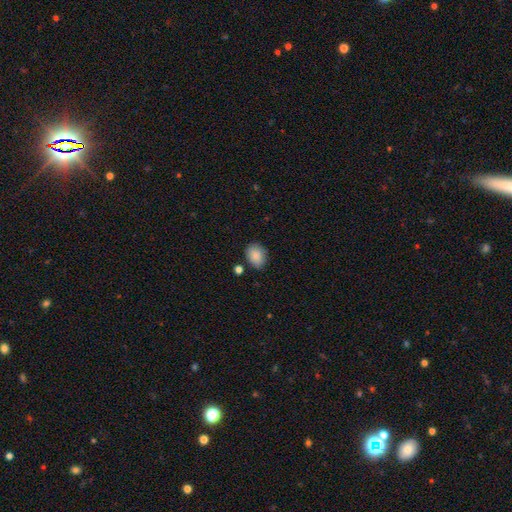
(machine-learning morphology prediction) A smooth galaxy with no disk features (88%) that is in between round and cigar-shaped (65%).

Vote fractions:
- Smooth or featured? smooth: 88% / star or artifact: 8% / featured or disk: 5%
- How rounded? in between: 65% / round: 34% / cigar-shaped: 1%
- Merging? none: 78% / minor disturbance: 14% / merger: 4% / major disturbance: 3%